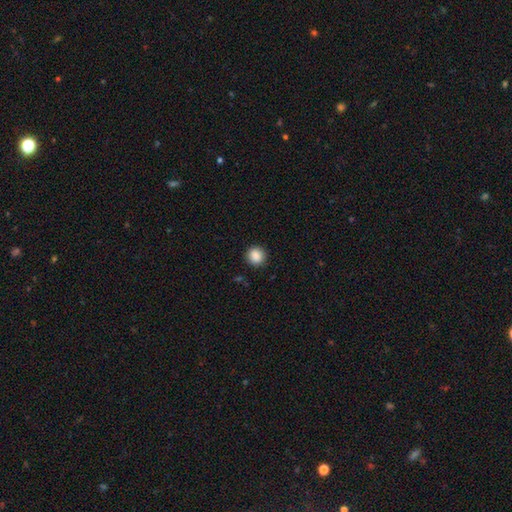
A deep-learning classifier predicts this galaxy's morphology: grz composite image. It shows a smooth galaxy with no disk features (88%) that is round (91%). Merging: none (91%).